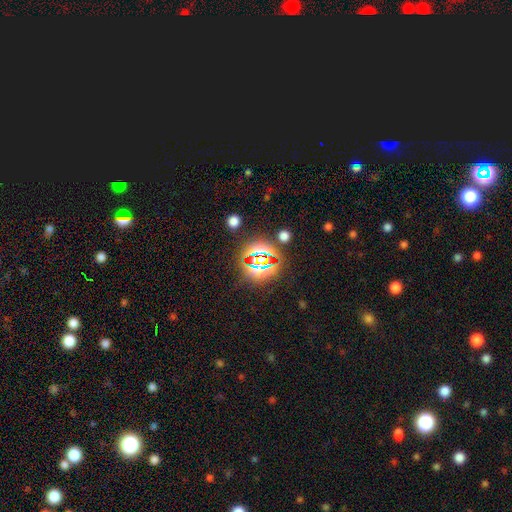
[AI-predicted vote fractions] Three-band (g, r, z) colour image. It shows a star or artifact, not a galaxy (73%).